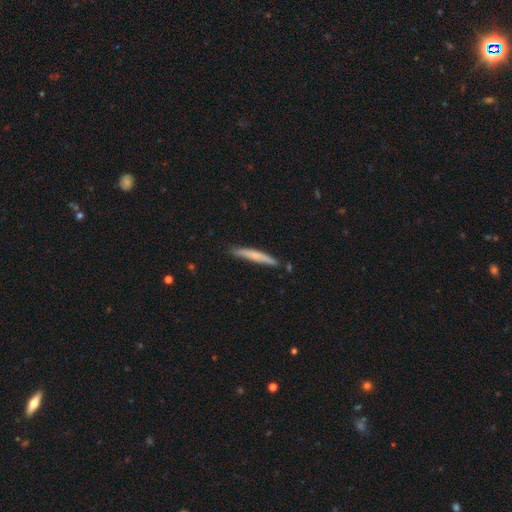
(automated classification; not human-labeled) Morphology: type=smooth (64%); roundness=cigar-shaped (95%); merging=none (83%).